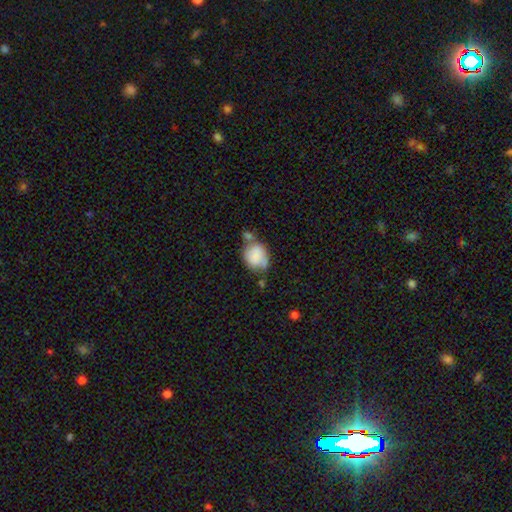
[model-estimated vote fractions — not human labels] The model was most divided on "merging": none: 33%, merger: 29%, minor disturbance: 26%, major disturbance: 12%. More confident: smooth or featured — smooth (76%); how rounded — round (55%).